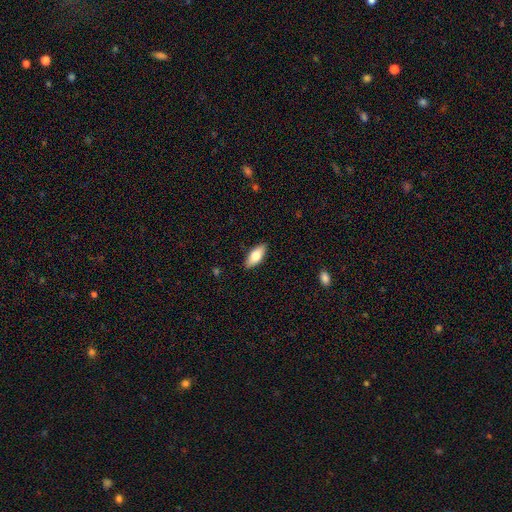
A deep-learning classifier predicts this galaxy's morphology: Smooth or featured: smooth — 76% (featured or disk — 18%)
How rounded: in between — 84% (cigar-shaped — 14%)
Merging: none — 89% (minor disturbance — 9%)